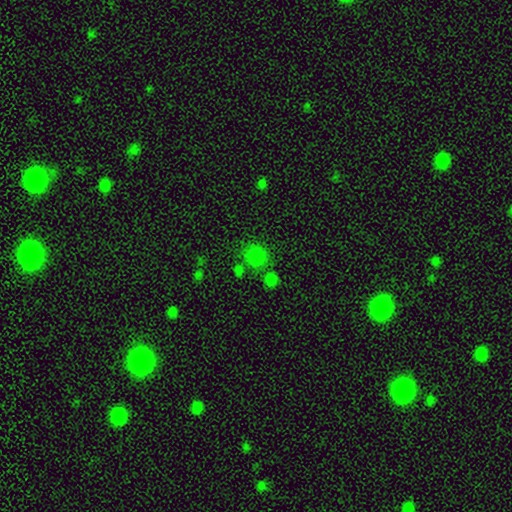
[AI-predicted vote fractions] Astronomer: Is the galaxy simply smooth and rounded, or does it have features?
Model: smooth — 76%.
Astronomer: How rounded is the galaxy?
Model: round — 88%.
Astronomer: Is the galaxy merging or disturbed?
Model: none — 74%.